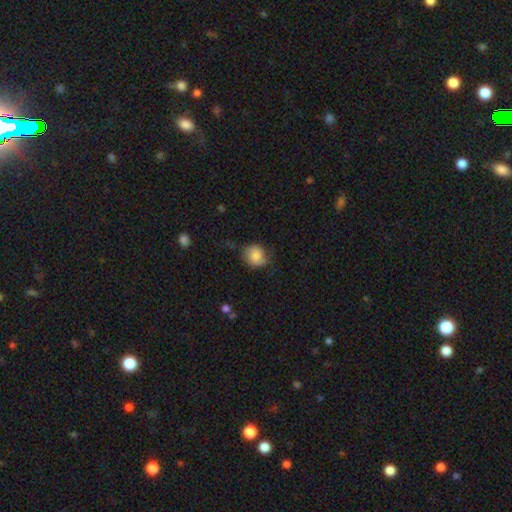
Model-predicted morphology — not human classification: smooth_or_featured: smooth (p=0.79) [alt: featured or disk p=0.13]
how_rounded: round (p=0.76) [alt: in between p=0.23]
merging: none (p=0.60) [alt: minor disturbance p=0.29]